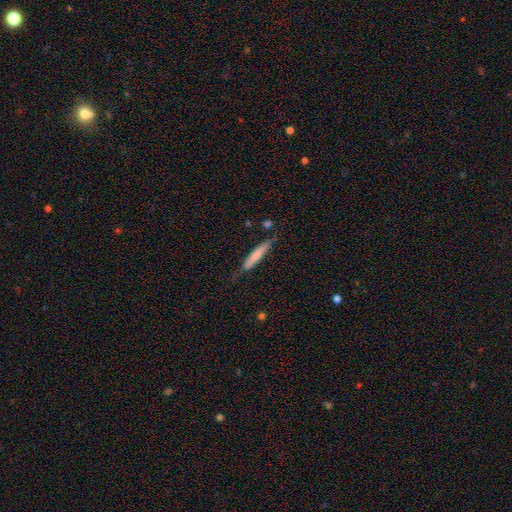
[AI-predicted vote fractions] Q: Smooth or featured?
A: smooth (68%); runner-up: featured or disk (26%)
Q: How rounded?
A: cigar-shaped (92%); runner-up: in between (7%)
Q: Merging?
A: none (70%); runner-up: minor disturbance (23%)